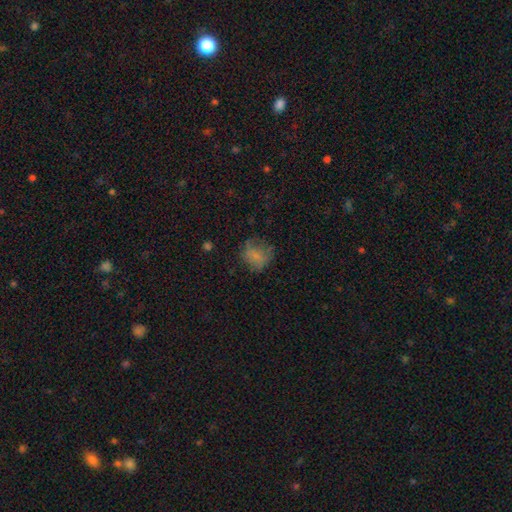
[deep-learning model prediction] A smooth galaxy with no disk features (66%) that is round (63%). Merging: none (53%).